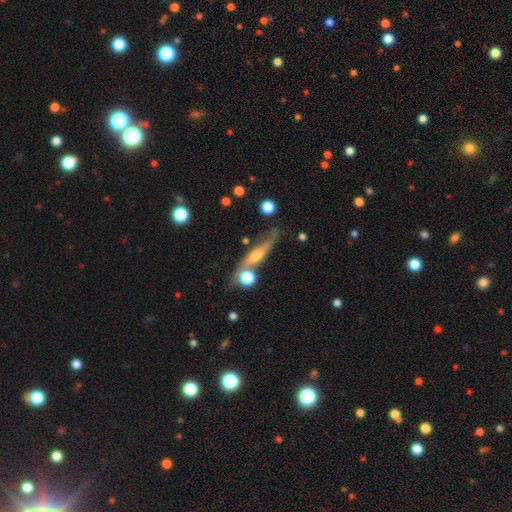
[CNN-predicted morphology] Smooth or featured? Predicted: featured or disk (p=0.65). Edge-on disk? Predicted: yes (p=0.71). Merging? Predicted: none (p=0.60).